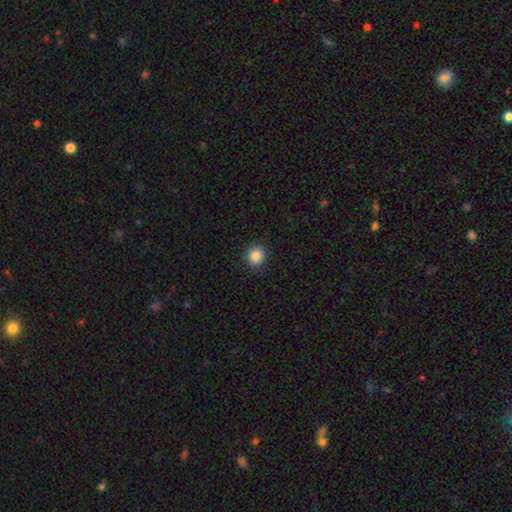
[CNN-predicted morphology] This is clearly a smooth galaxy (87%). How rounded: clearly round (88%). Merging: clearly none (91%).